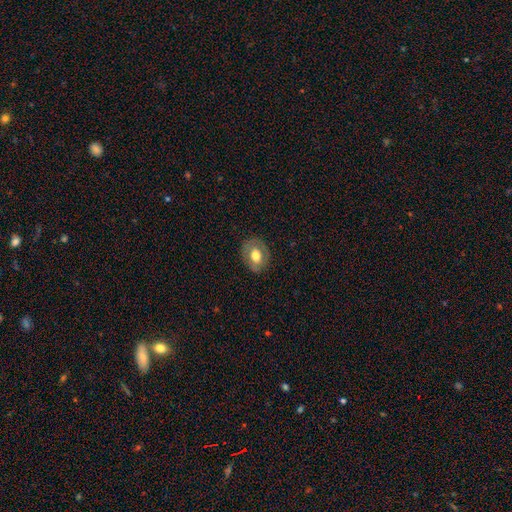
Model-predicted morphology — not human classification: type=smooth (56%); roundness=in between (57%); merging=none (80%).